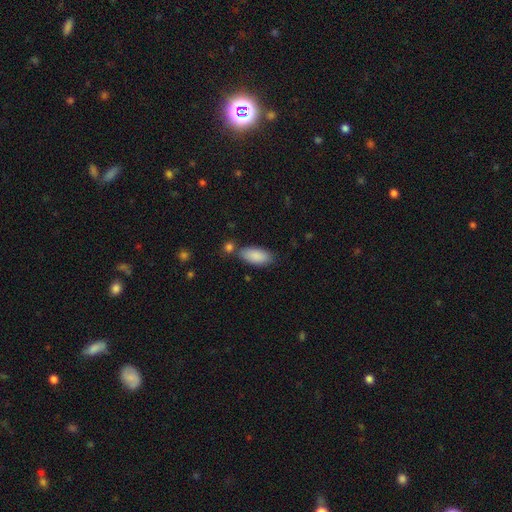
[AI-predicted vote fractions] Smooth or featured?
  - smooth: 89% *
  - star or artifact: 6%
  - featured or disk: 5%
How rounded?
  - in between: 89% *
  - cigar-shaped: 9%
  - round: 2%
Merging?
  - none: 69% *
  - minor disturbance: 15%
  - merger: 12%
  - major disturbance: 4%